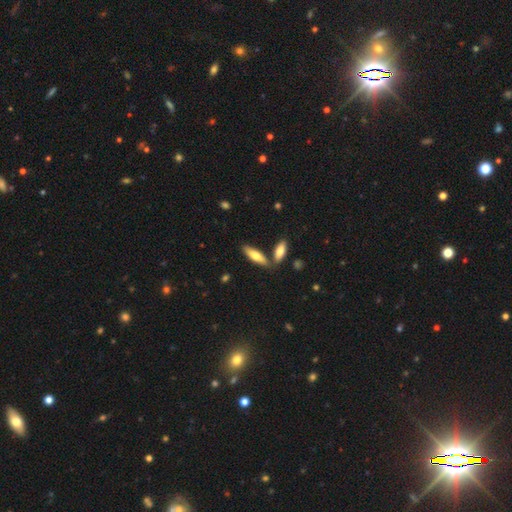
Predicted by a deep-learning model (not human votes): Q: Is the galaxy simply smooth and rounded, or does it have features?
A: smooth — 69%.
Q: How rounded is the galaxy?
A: cigar-shaped — 55%.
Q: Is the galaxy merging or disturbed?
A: none — 72%.